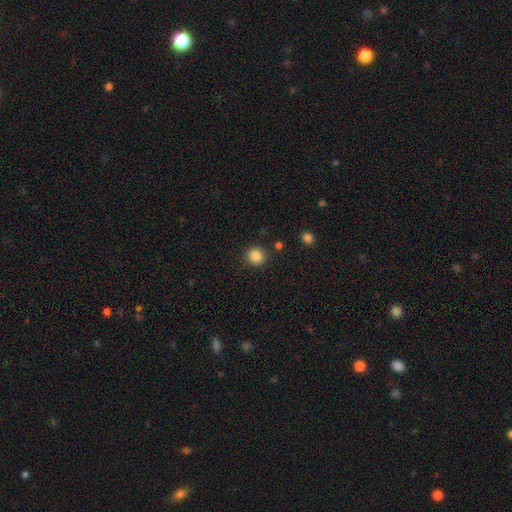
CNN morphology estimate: smooth-or-featured: smooth: 85% | star or artifact: 11% | featured or disk: 4%
  how-rounded: round: 89% | in between: 10% | cigar-shaped: 1%
  merging: none: 88% | minor disturbance: 7% | major disturbance: 2% | merger: 2%